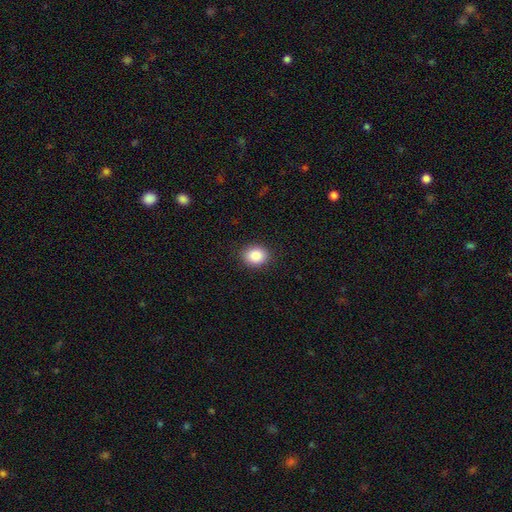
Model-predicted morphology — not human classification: A smooth galaxy with no disk features (87%) that is round (55%).

Vote fractions:
- Smooth or featured? smooth: 87% / star or artifact: 8% / featured or disk: 4%
- How rounded? round: 55% / in between: 44% / cigar-shaped: 1%
- Merging? none: 89% / minor disturbance: 7% / major disturbance: 2% / merger: 1%